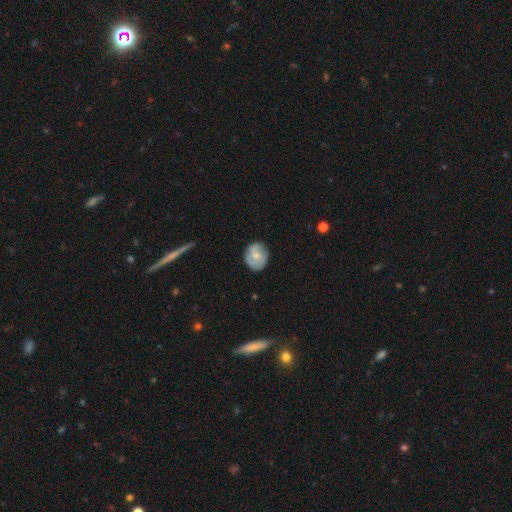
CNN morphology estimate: smooth_or_featured: smooth (p=0.55) [alt: featured or disk p=0.38]
how_rounded: round (p=0.67) [alt: in between p=0.32]
merging: none (p=0.74) [alt: minor disturbance p=0.20]